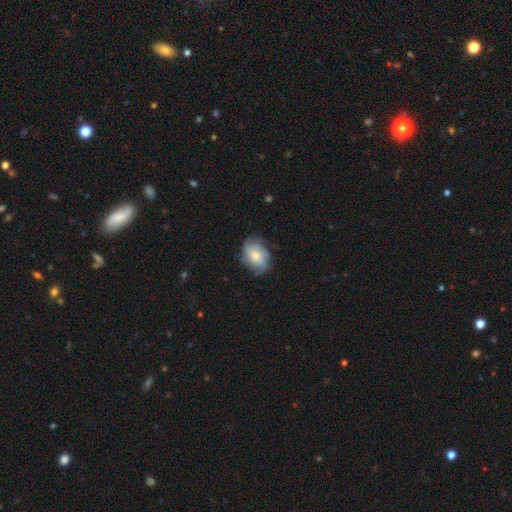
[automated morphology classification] smooth_or_featured: featured or disk (p=0.51) [alt: smooth p=0.41]
disk_edge_on: no (p=0.96) [alt: yes p=0.04]
merging: none (p=0.67) [alt: minor disturbance p=0.23]